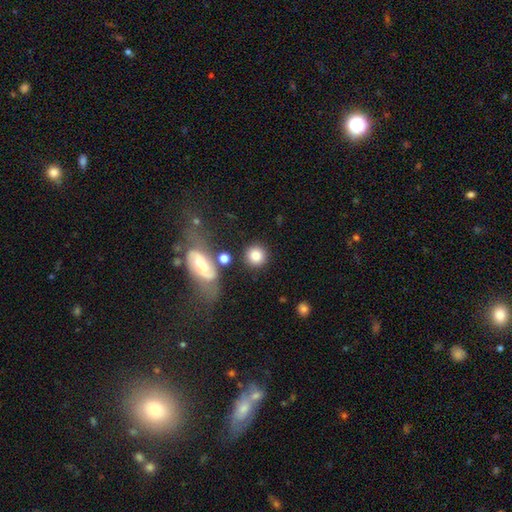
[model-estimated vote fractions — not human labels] Q: Smooth or featured?
A: smooth (79%); runner-up: featured or disk (13%)
Q: How rounded?
A: round (90%); runner-up: in between (9%)
Q: Merging?
A: none (73%); runner-up: minor disturbance (12%)